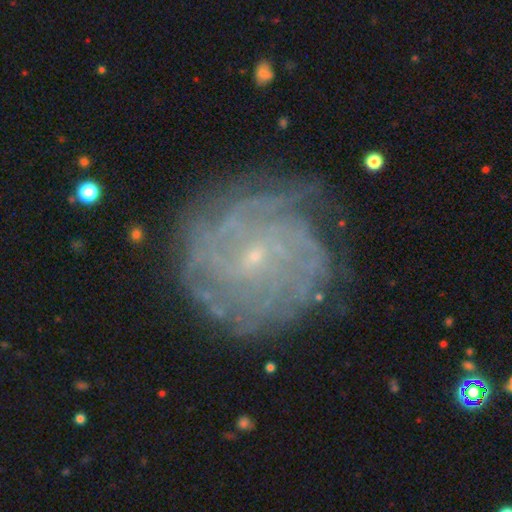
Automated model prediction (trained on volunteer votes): featured or disk 81%, smooth 11%, star or artifact 8%. Down the decision tree: edge-on disk — no (97%); bar — no (56%); spiral arms — yes (92%); spiral arm count — can't tell (42%); spiral winding — tight (76%); bulge size — small (87%); merging — none (74%).